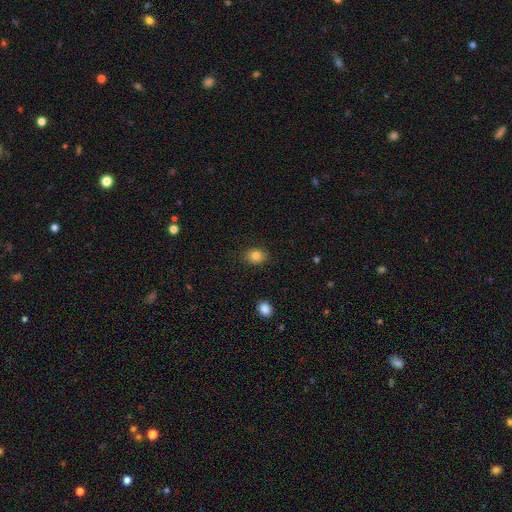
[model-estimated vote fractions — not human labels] Smooth or featured? smooth (84%)
How rounded? in between (53%)
Merging? none (86%)